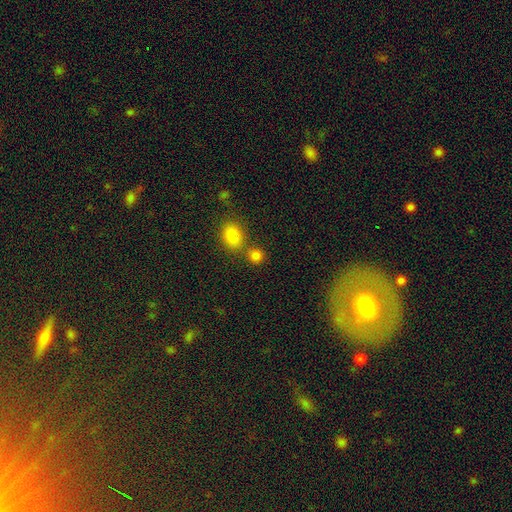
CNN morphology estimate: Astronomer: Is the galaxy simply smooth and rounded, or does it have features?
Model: smooth — 80%.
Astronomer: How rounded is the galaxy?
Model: round — 83%.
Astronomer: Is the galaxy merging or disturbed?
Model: none — 63%.